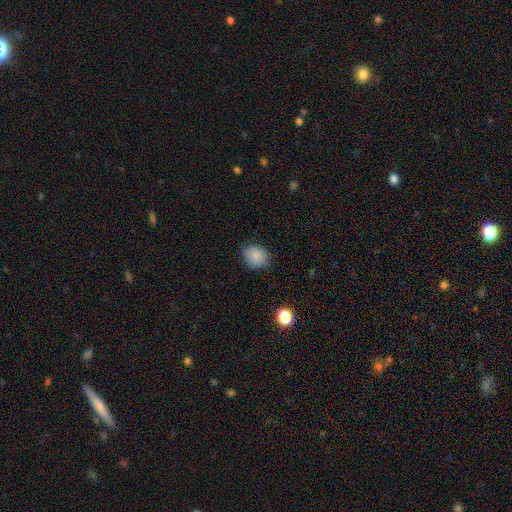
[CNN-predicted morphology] The model was most divided on "how rounded": round: 67%, in between: 32%, cigar-shaped: 1%. More confident: smooth or featured — smooth (86%); merging — none (83%).